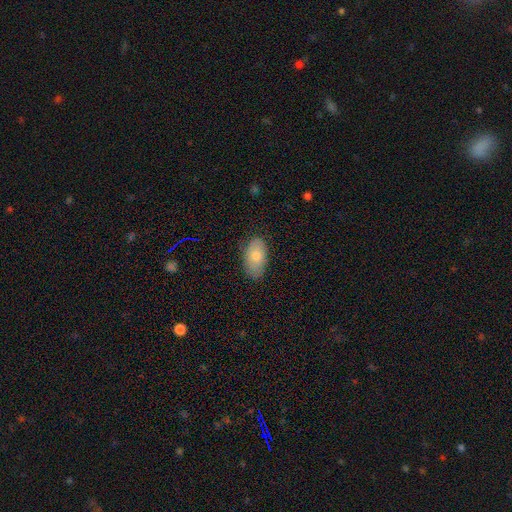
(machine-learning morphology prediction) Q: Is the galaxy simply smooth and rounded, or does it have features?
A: smooth — 76%.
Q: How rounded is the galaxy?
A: in between — 94%.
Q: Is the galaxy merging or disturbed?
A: none — 79%.